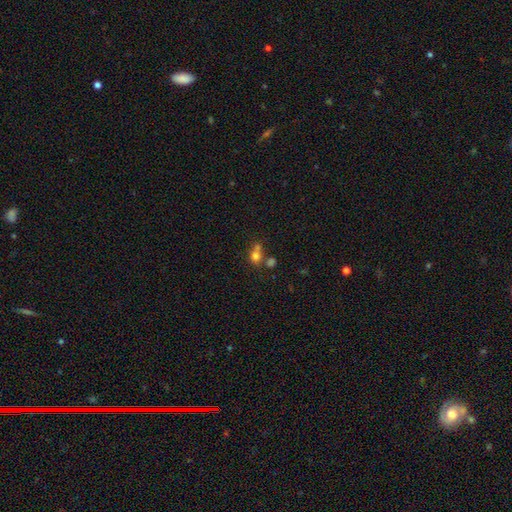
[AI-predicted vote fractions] Morphology: type=smooth (74%); roundness=round (68%); merging=merger (41%, tied with none).